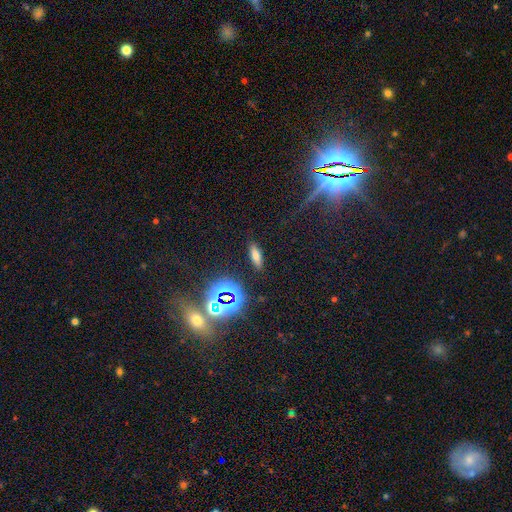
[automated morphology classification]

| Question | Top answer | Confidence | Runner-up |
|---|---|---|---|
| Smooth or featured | smooth | 62% | star or artifact (23%) |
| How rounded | in between | 52% | cigar-shaped (43%) |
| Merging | none | 88% | minor disturbance (8%) |